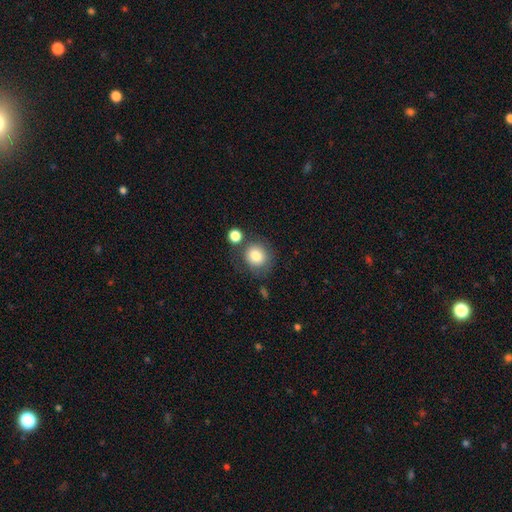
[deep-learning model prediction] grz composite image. It shows a smooth galaxy with no disk features (81%) that is round (86%). Merging: none (70%).